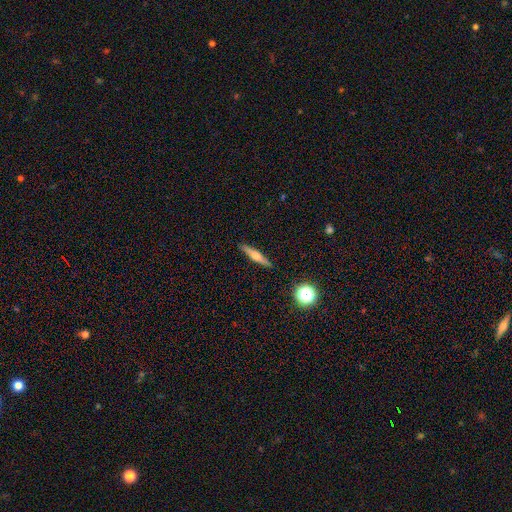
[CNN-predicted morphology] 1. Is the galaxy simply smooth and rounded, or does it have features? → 53% featured or disk, 39% smooth, 8% star or artifact.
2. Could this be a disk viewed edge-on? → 96% yes, 4% no.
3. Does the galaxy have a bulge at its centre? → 82% rounded, 9% none, 9% boxy.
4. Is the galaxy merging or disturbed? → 90% none, 7% minor disturbance, 2% major disturbance, 1% merger.